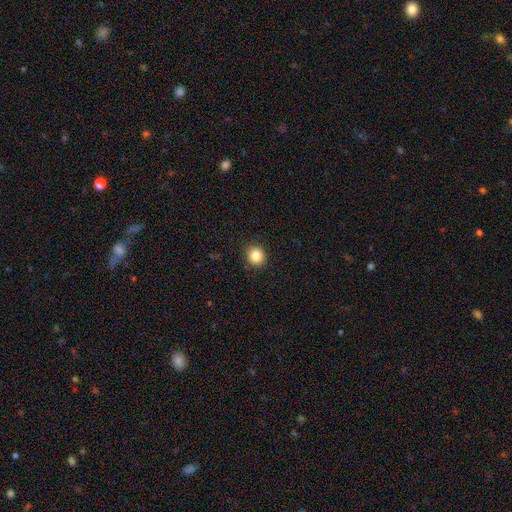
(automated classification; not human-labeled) A smooth galaxy with no disk features (84%) that is round (85%). Merging: none (91%).